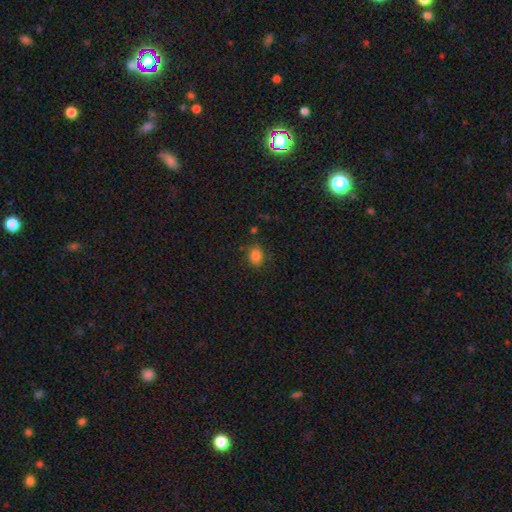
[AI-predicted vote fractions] smooth 83%, star or artifact 12%, featured or disk 5%. Down the decision tree: how rounded — in between (61%); merging — none (82%).